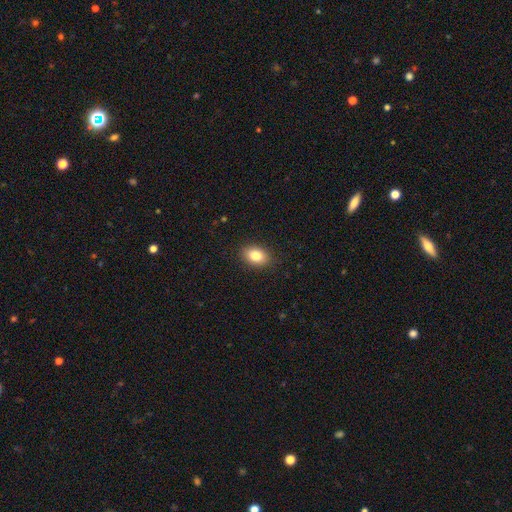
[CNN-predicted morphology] A smooth galaxy with no disk features (83%) that is in between round and cigar-shaped (77%).

Vote fractions:
- Smooth or featured? smooth: 83% / star or artifact: 9% / featured or disk: 8%
- How rounded? in between: 77% / round: 21% / cigar-shaped: 1%
- Merging? none: 88% / minor disturbance: 8% / major disturbance: 2% / merger: 1%